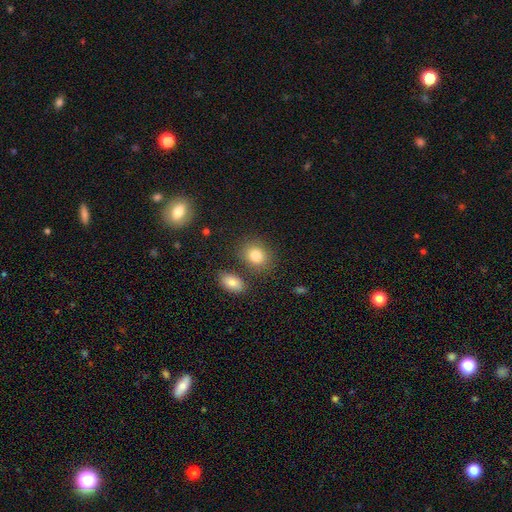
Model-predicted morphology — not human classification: Smooth or featured: smooth — 82% (star or artifact — 9%)
How rounded: in between — 51% (round — 48%)
Merging: none — 75% (minor disturbance — 11%)